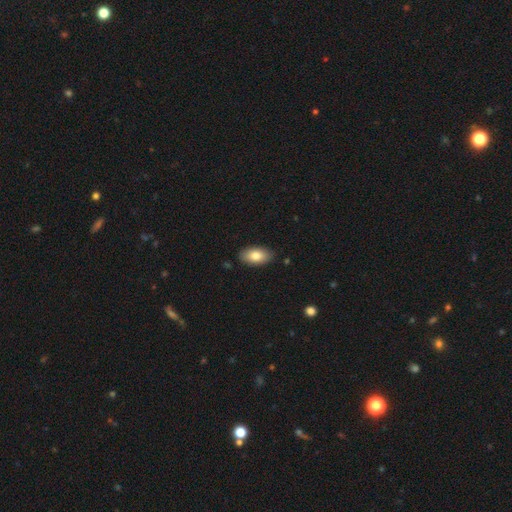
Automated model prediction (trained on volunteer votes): This appears to be a smooth galaxy with no disk features (82%) that is in between round and cigar-shaped (94%). Merging: none (87%).